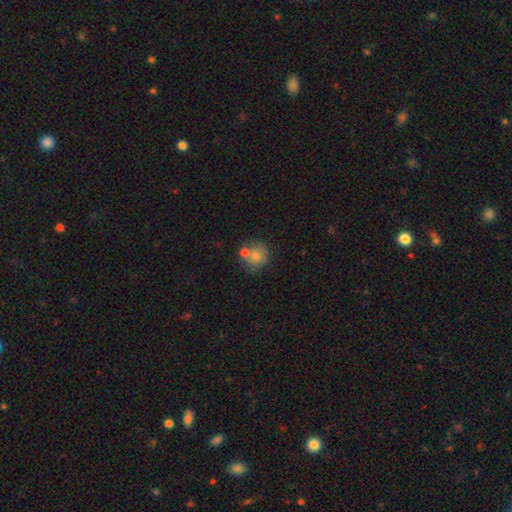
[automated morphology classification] A smooth galaxy with no disk features (73%) that is round (83%).

Vote fractions:
- Smooth or featured? smooth: 73% / featured or disk: 16% / star or artifact: 11%
- How rounded? round: 83% / in between: 16% / cigar-shaped: 1%
- Merging? none: 51% / merger: 30% / minor disturbance: 14% / major disturbance: 5%